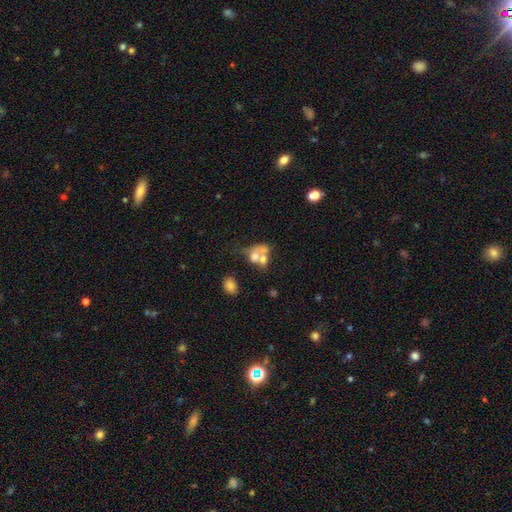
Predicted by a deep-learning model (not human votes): This is possibly a smooth galaxy (54%). How rounded: possibly in between (56%). Merging: likely merger (61%).